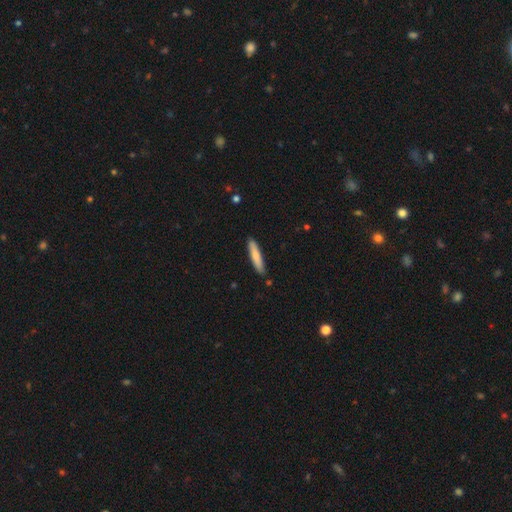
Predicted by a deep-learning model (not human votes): The model was most divided on "smooth or featured": smooth: 78%, featured or disk: 17%, star or artifact: 5%. More confident: how rounded — cigar-shaped (89%); merging — none (88%).